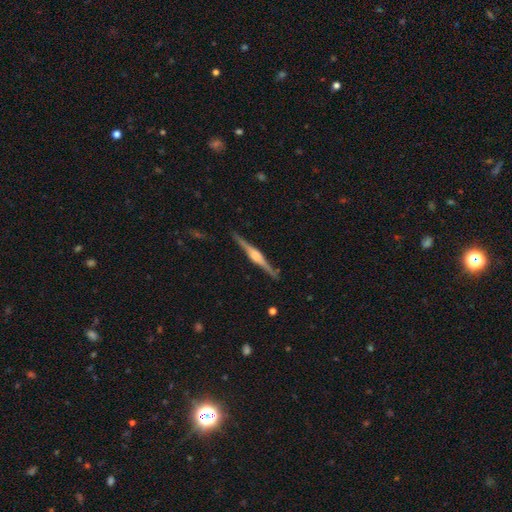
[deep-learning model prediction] Morphology: type=featured or disk (84%); edge-on=yes (98%); edge-on bulge=rounded (75%); merging=none (89%).